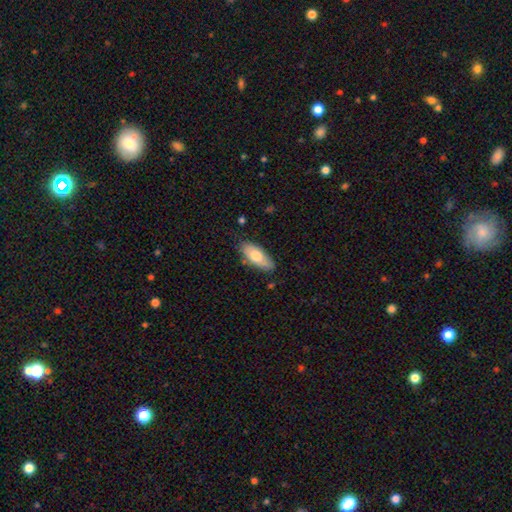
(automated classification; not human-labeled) A smooth galaxy with no disk features (72%) that is in between round and cigar-shaped (82%). Merging: none (79%).